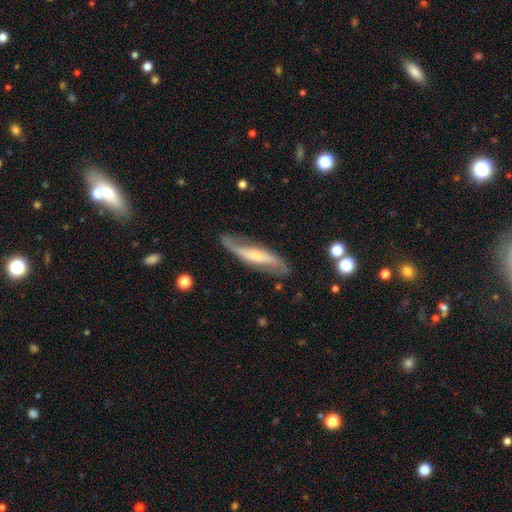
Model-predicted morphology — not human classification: Smooth or featured?
  - featured or disk: 75% *
  - smooth: 20%
  - star or artifact: 5%
Edge-on disk?
  - no: 69% *
  - yes: 31%
Bar?
  - no: 37% *
  - weak: 32%
  - strong: 31%
Spiral arms?
  - yes: 91% *
  - no: 9%
Bulge size?
  - small: 47% *
  - moderate: 38%
  - none: 7%
  - large: 6%
  - dominant: 2%
Merging?
  - none: 72% *
  - minor disturbance: 18%
  - major disturbance: 7%
  - merger: 2%